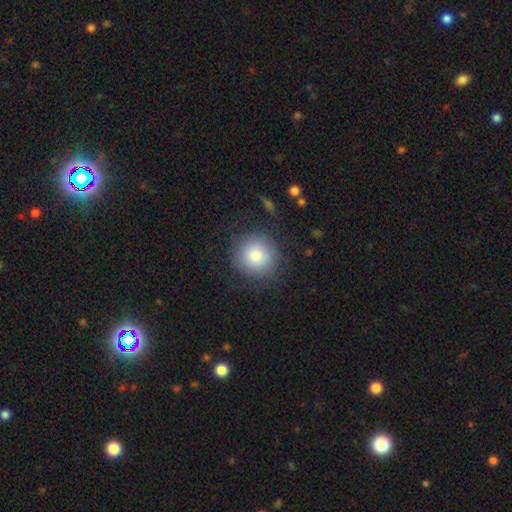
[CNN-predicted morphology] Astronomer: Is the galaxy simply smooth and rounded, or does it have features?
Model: smooth — 81%.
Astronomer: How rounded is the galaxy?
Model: round — 93%.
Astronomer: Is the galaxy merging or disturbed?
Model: none — 83%.